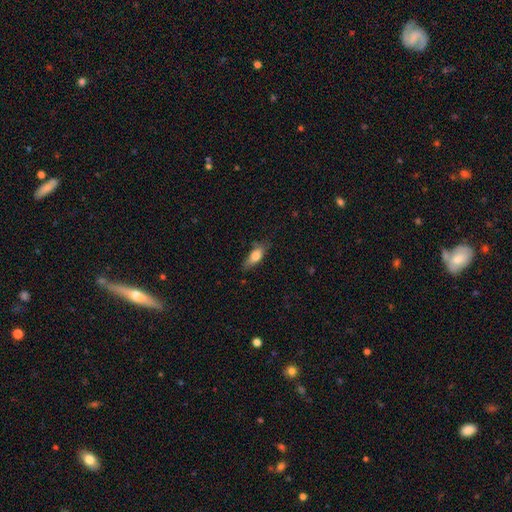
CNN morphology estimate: Overall: smooth (76%). How rounded: in between (71%). Merging: none (64%; minor disturbance 26%).